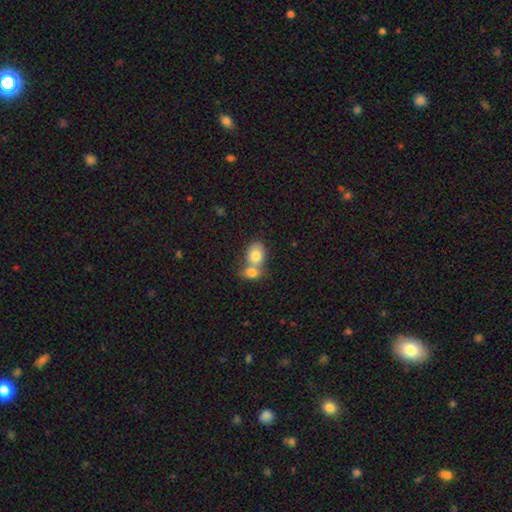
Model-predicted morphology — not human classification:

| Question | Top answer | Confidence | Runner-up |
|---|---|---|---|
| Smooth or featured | smooth | 79% | featured or disk (13%) |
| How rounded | in between | 58% | round (41%) |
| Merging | merger | 66% | none (24%) |